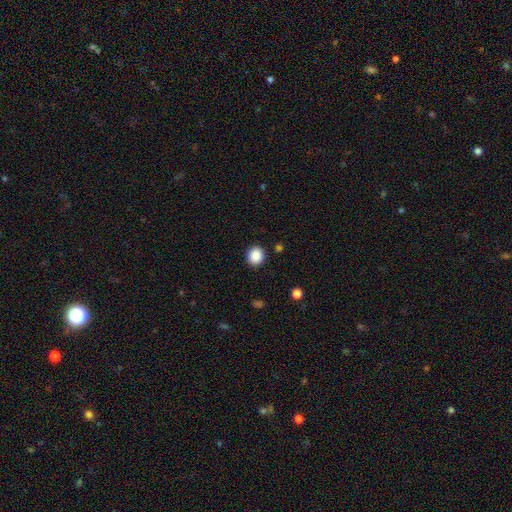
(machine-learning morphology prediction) Q: Smooth or featured?
A: smooth (88%); runner-up: star or artifact (9%)
Q: How rounded?
A: round (87%); runner-up: in between (12%)
Q: Merging?
A: none (91%); runner-up: minor disturbance (6%)